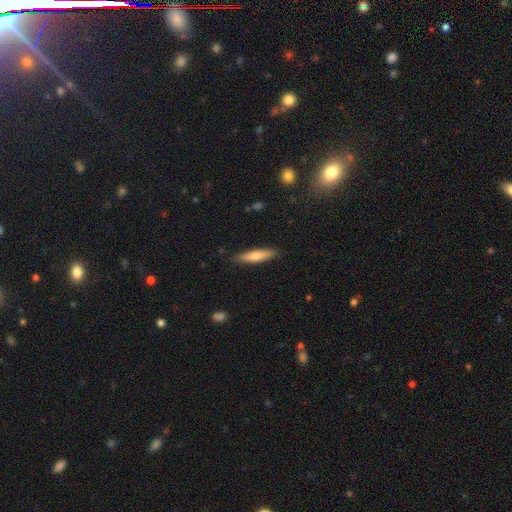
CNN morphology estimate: Overall: smooth (67%). How rounded: cigar-shaped (81%). Merging: none (88%).